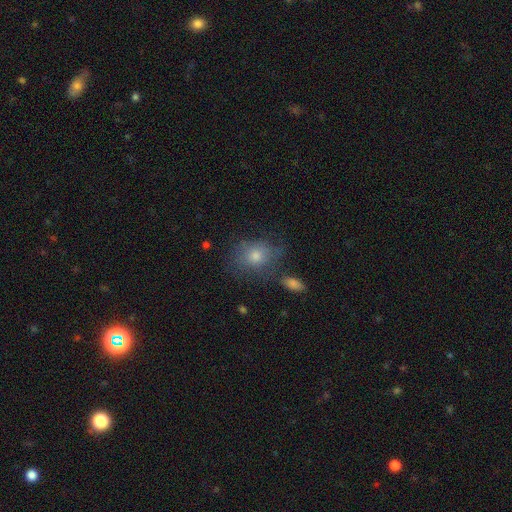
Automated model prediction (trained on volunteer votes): This is likely a smooth galaxy (69%). How rounded: possibly round (51%). Merging: likely none (63%).